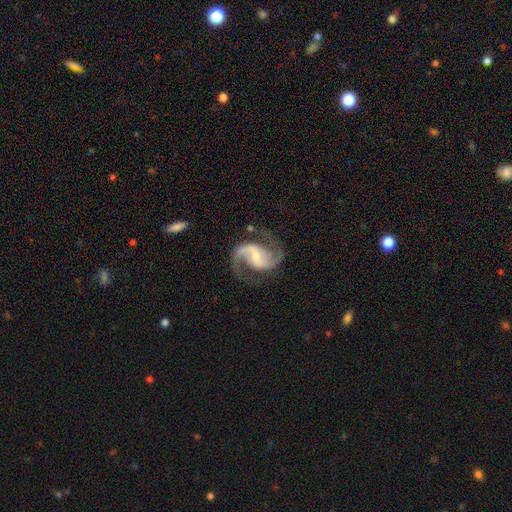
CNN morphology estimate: Smooth or featured?
  - featured or disk: 92% *
  - star or artifact: 4%
  - smooth: 4%
Edge-on disk?
  - no: 98% *
  - yes: 2%
Bar?
  - weak: 47% *
  - strong: 27%
  - no: 26%
Spiral arms?
  - yes: 98% *
  - no: 2%
Spiral winding?
  - medium: 57% *
  - loose: 33%
  - tight: 10%
Spiral arm count?
  - 2: 93% *
  - 1: 2%
  - can't tell: 2%
  - 3: 1%
  - 4: 1%
  - more than 4: 1%
Bulge size?
  - small: 56% *
  - moderate: 35%
  - none: 5%
  - large: 3%
  - dominant: 1%
Merging?
  - none: 76% *
  - minor disturbance: 14%
  - major disturbance: 9%
  - merger: 2%